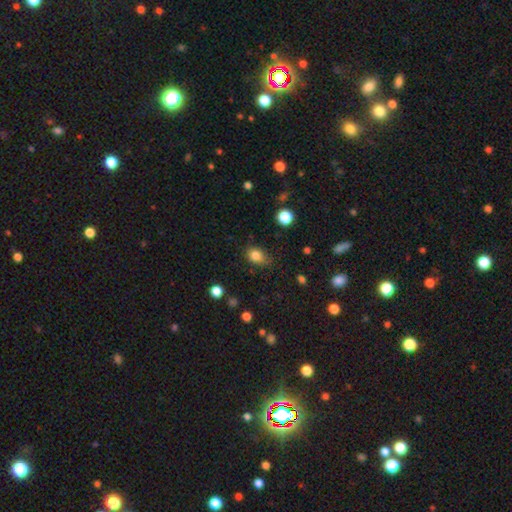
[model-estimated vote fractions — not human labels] A smooth galaxy with no disk features (83%) that is in between round and cigar-shaped (60%). Merging: none (69%).